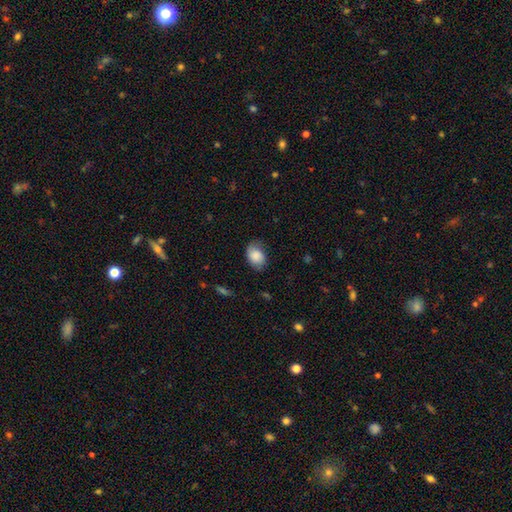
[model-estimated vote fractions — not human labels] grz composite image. It shows a smooth galaxy with no disk features (80%) that is in between round and cigar-shaped (78%). Merging: none (62%).